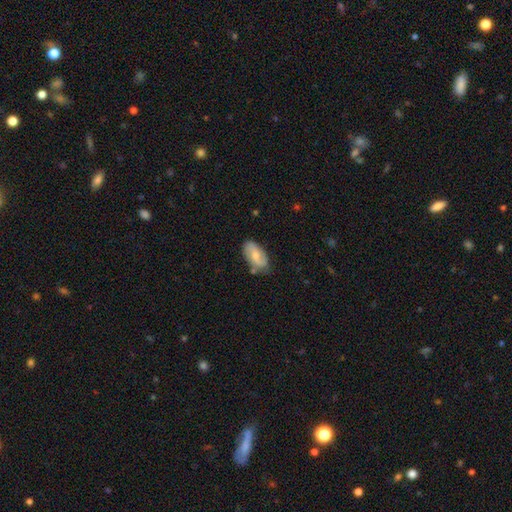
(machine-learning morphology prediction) This is possibly a featured or disk galaxy (47%). Merging: likely none (67%).